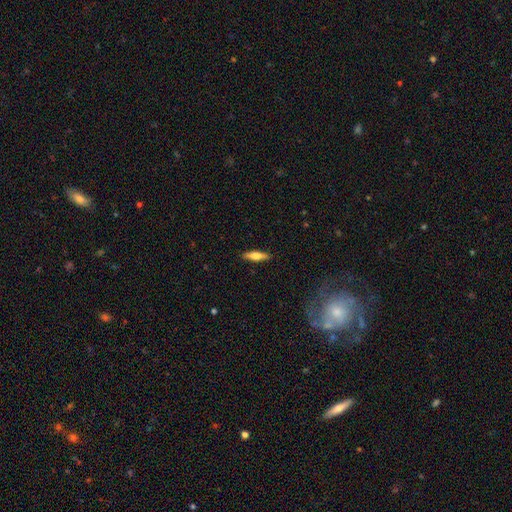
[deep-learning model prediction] This is possibly a smooth galaxy (58%). How rounded: likely cigar-shaped (69%). Merging: clearly none (89%).